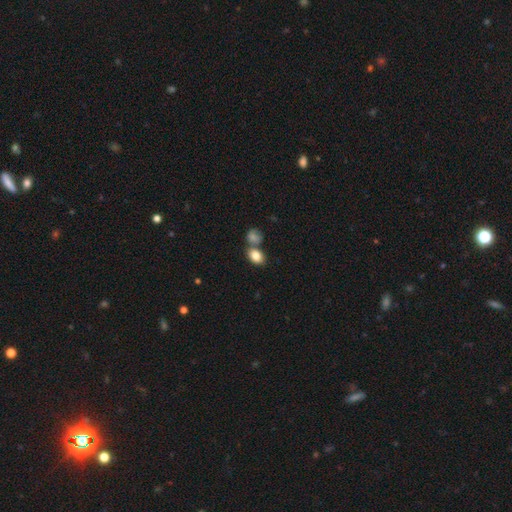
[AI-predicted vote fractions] A smooth galaxy with no disk features (84%) that is in between round and cigar-shaped (76%). Merging: none (52%).